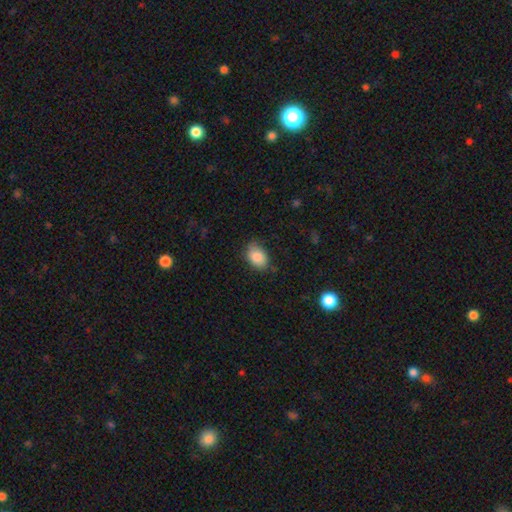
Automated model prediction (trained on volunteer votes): smooth_or_featured: smooth (p=0.86) [alt: star or artifact p=0.08]
how_rounded: in between (p=0.83) [alt: round p=0.16]
merging: none (p=0.74) [alt: minor disturbance p=0.21]